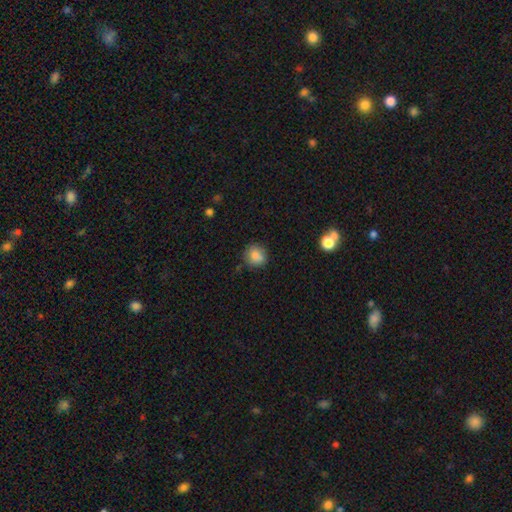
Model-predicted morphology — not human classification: smooth_or_featured: smooth (p=0.83) [alt: star or artifact p=0.10]
how_rounded: round (p=0.78) [alt: in between p=0.20]
merging: none (p=0.75) [alt: minor disturbance p=0.18]